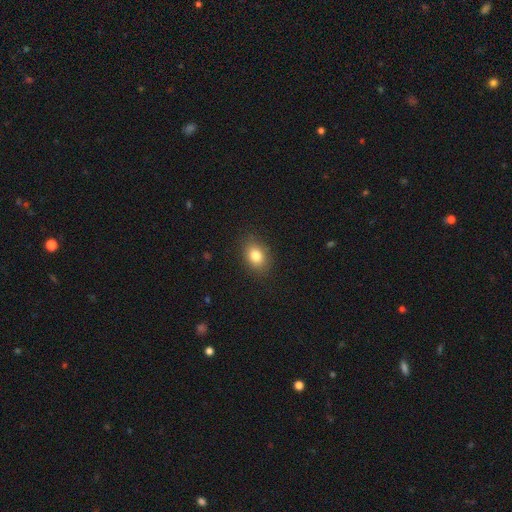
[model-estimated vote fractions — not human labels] Smooth or featured? Predicted: smooth (p=0.82). How rounded? Predicted: in between (p=0.66). Merging? Predicted: none (p=0.87).